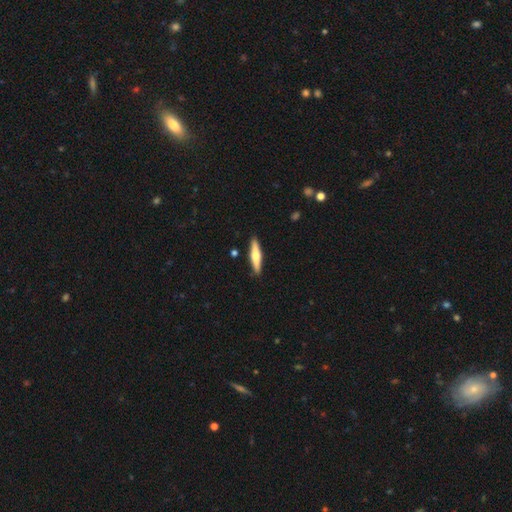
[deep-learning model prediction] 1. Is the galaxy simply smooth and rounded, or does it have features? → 48% smooth, 47% featured or disk, 5% star or artifact.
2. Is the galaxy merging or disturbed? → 89% none, 8% minor disturbance, 2% merger, 2% major disturbance.